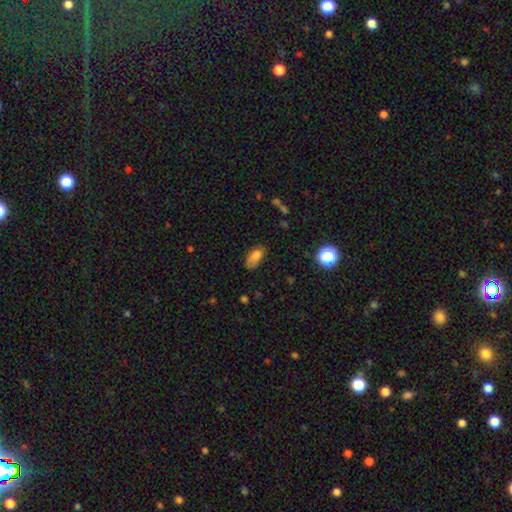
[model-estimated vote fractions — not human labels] smooth_or_featured: smooth (p=0.73) [alt: featured or disk p=0.16]
how_rounded: in between (p=0.89) [alt: round p=0.06]
merging: none (p=0.52) [alt: minor disturbance p=0.31]